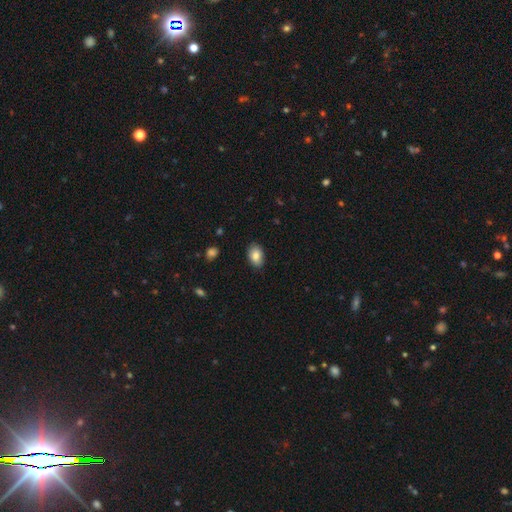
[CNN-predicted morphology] Smooth or featured? smooth (84%)
How rounded? in between (88%)
Merging? none (86%)